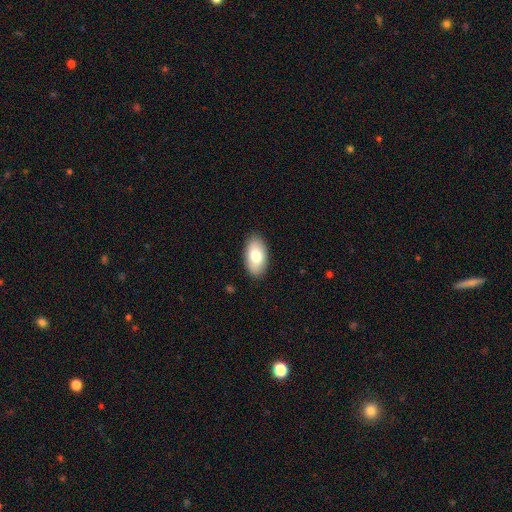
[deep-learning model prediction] This appears to be a smooth galaxy with no disk features (78%) that is in between round and cigar-shaped (95%). Merging: none (88%).